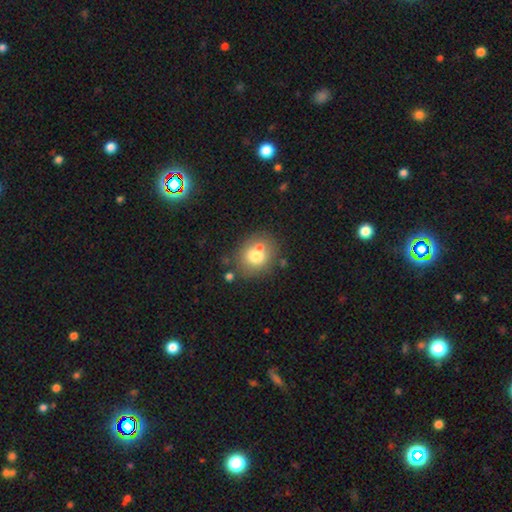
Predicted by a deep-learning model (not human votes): Smooth or featured: smooth — 69% (featured or disk — 20%)
How rounded: round — 67% (in between — 32%)
Merging: none — 60% (merger — 22%)